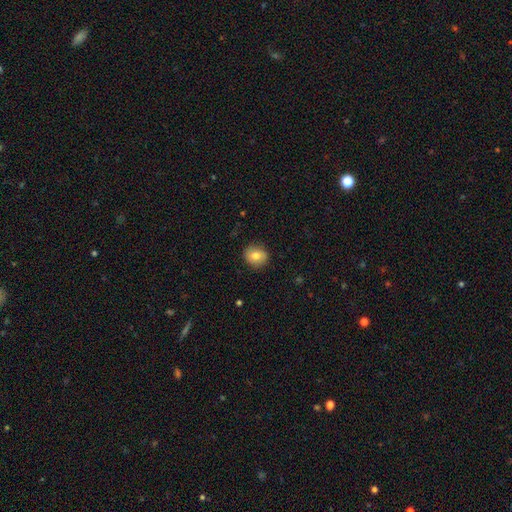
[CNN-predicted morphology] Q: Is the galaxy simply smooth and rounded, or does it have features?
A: smooth — 78%.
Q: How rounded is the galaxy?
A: round — 80%.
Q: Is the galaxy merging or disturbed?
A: none — 88%.